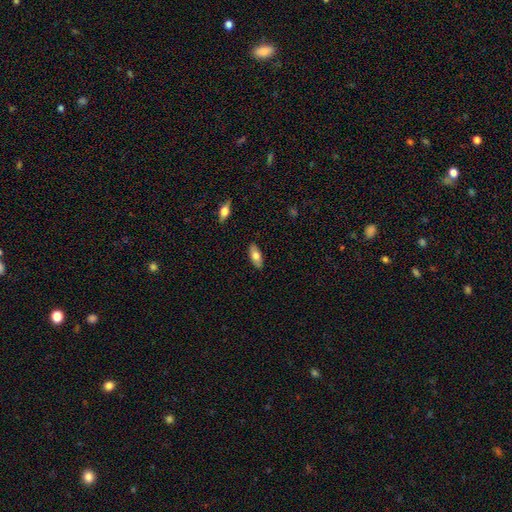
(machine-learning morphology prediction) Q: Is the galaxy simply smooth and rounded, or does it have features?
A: smooth — 71%.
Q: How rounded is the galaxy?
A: in between — 81%.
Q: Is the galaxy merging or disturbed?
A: none — 86%.